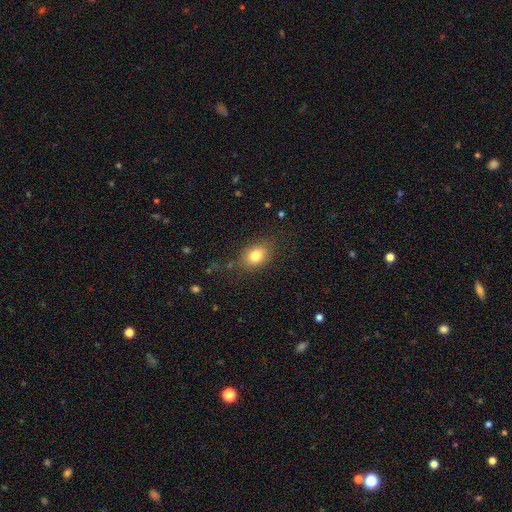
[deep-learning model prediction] This is likely a smooth galaxy (80%). How rounded: likely in between (70%). Merging: clearly none (81%).